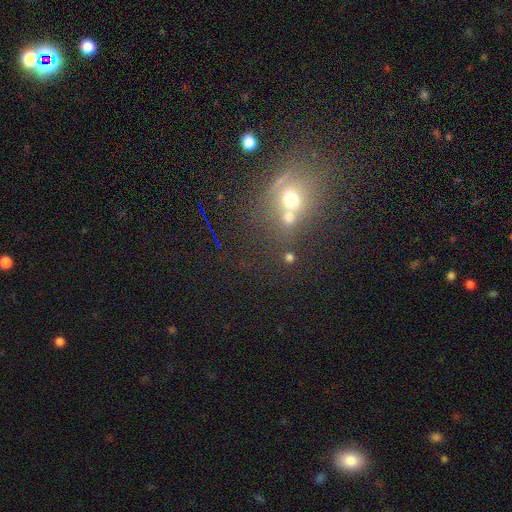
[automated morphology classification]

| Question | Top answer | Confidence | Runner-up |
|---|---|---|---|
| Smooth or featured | smooth | 45% | star or artifact (38%) |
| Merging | none | 52% | merger (31%) |